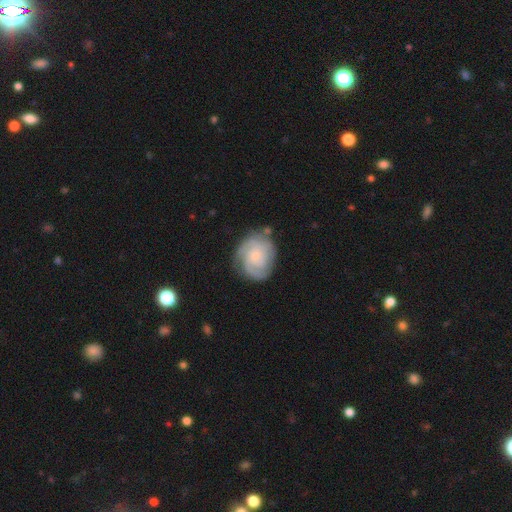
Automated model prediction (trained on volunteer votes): smooth_or_featured: featured or disk (p=0.80) [alt: smooth p=0.15]
disk_edge_on: no (p=0.98) [alt: yes p=0.02]
bar: no (p=0.75) [alt: weak p=0.22]
has_spiral_arms: yes (p=0.96) [alt: no p=0.04]
spiral_winding: tight (p=0.65) [alt: medium p=0.29]
spiral_arm_count: 3 (p=0.32) [alt: 2 p=0.30]
bulge_size: small (p=0.75) [alt: moderate p=0.17]
merging: none (p=0.72) [alt: minor disturbance p=0.19]